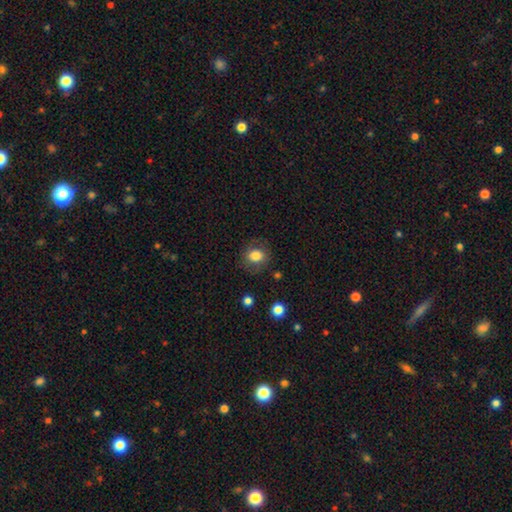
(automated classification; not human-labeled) Smooth or featured: smooth — 81% (featured or disk — 10%)
How rounded: round — 74% (in between — 26%)
Merging: none — 80% (minor disturbance — 13%)